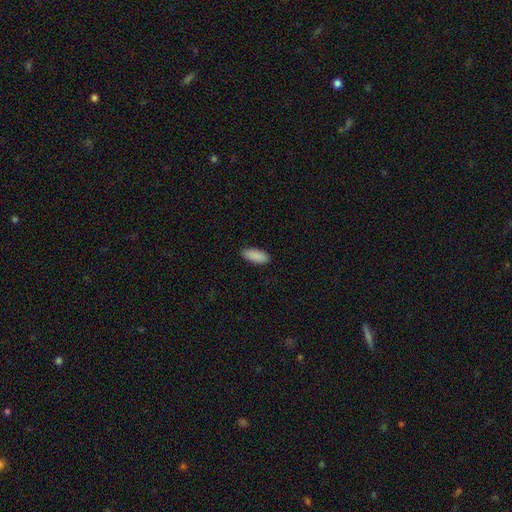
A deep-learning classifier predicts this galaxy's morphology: Smooth or featured? Predicted: smooth (p=0.90). How rounded? Predicted: in between (p=0.83). Merging? Predicted: none (p=0.88).